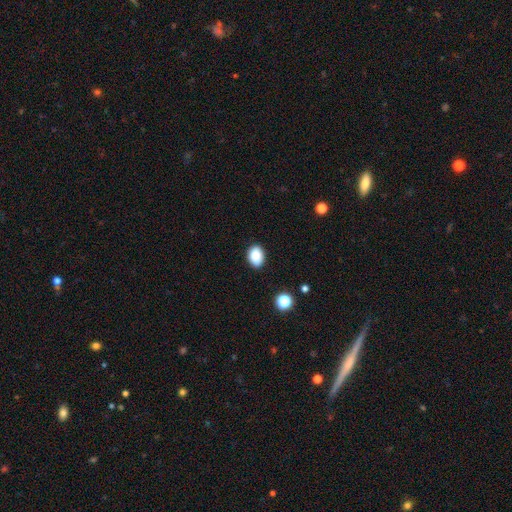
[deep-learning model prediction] Overall: smooth (88%). How rounded: in between (75%). Merging: none (87%).